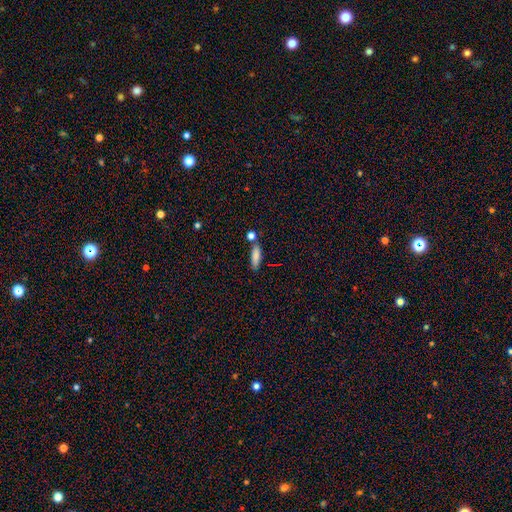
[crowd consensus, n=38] smooth_or_featured: smooth (p=0.84) [alt: featured or disk p=0.08]
how_rounded: cigar-shaped (p=0.81) [alt: in between p=0.19]
merging: none (p=0.77) [alt: merger p=0.11]